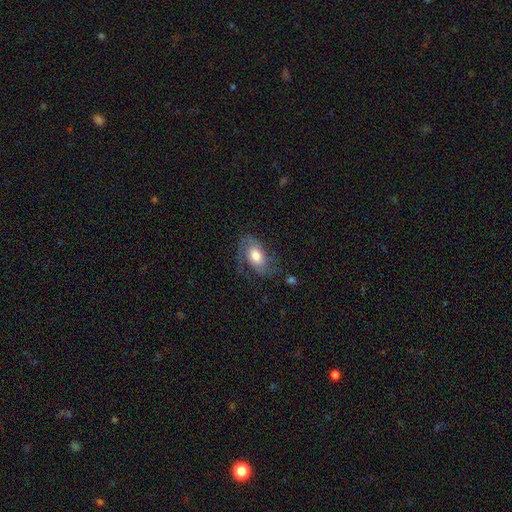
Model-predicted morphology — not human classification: A featured or disk galaxy (56%) with no bar (68%), spiral arms (87%) and a moderate central bulge (48%).

Vote fractions:
- Smooth or featured? featured or disk: 56% / smooth: 36% / star or artifact: 7%
- Edge-on disk? no: 95% / yes: 5%
- Bar? no: 68% / weak: 26% / strong: 6%
- Spiral arms? yes: 87% / no: 13%
- Bulge size? moderate: 48% / large: 37% / small: 8% / dominant: 5% / none: 2%
- Merging? none: 56% / minor disturbance: 23% / major disturbance: 19% / merger: 2%